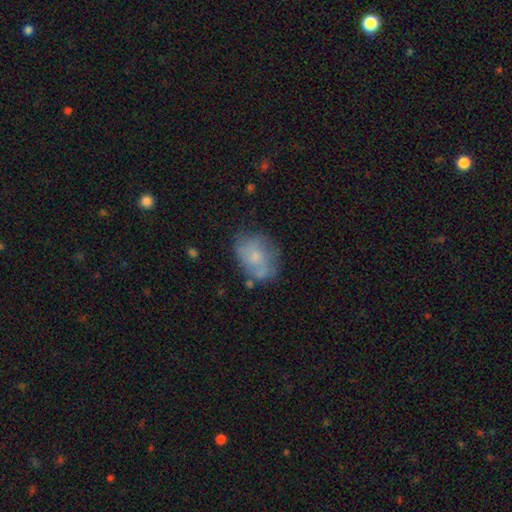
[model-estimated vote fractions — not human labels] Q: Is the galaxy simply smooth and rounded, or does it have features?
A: smooth — 58%.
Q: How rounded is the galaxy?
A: in between — 69%.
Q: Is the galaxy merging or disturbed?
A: none — 58%.